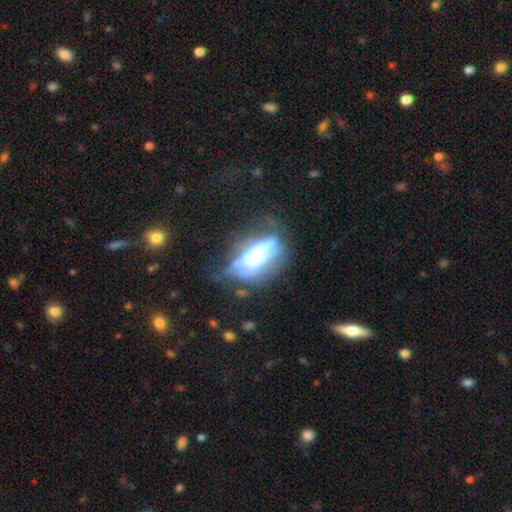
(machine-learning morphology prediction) smooth_or_featured: featured or disk (p=0.53) [alt: smooth p=0.36]
disk_edge_on: no (p=0.71) [alt: yes p=0.29]
merging: major disturbance (p=0.35) [alt: none p=0.30]